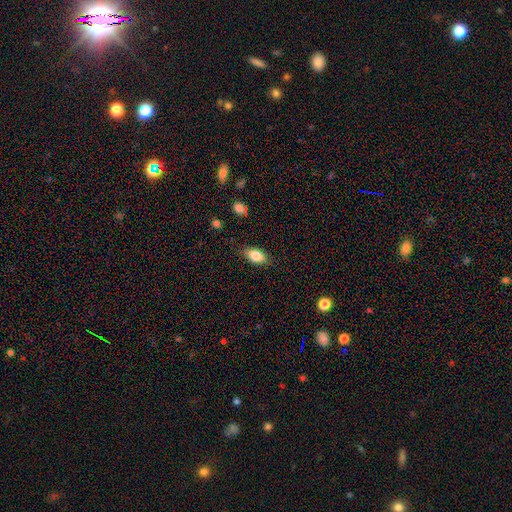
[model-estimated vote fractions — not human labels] A smooth galaxy with no disk features (82%) that is in between round and cigar-shaped (88%). Merging: none (83%).